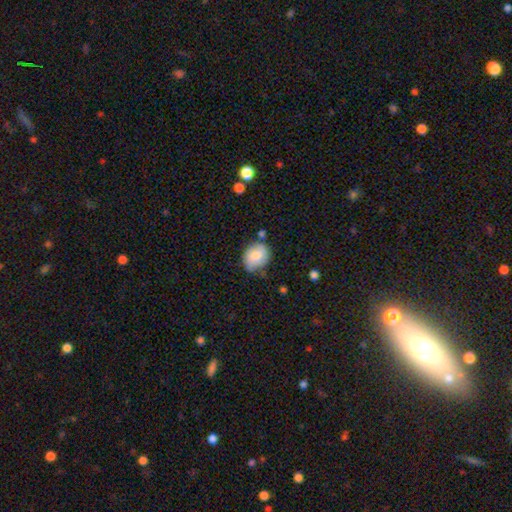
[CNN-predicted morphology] A smooth galaxy with no disk features (77%) that is in between round and cigar-shaped (54%). Merging: none (60%).